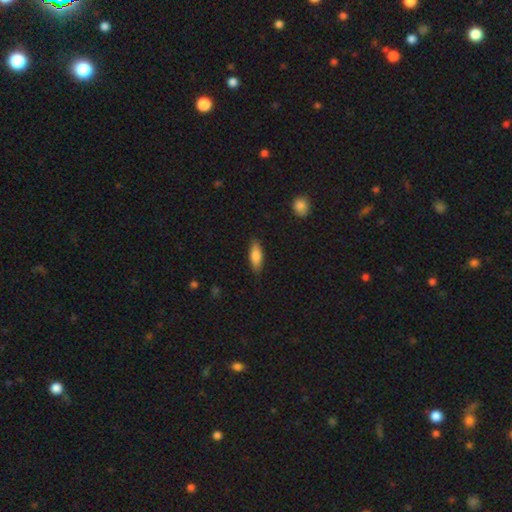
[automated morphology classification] Smooth or featured?
  - smooth: 79% *
  - featured or disk: 15%
  - star or artifact: 6%
How rounded?
  - in between: 64% *
  - cigar-shaped: 34%
  - round: 2%
Merging?
  - none: 84% *
  - minor disturbance: 12%
  - major disturbance: 2%
  - merger: 1%